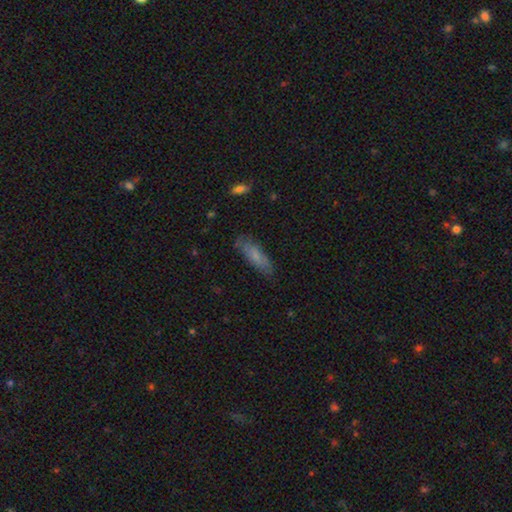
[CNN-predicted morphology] smooth-or-featured: smooth: 74% | featured or disk: 20% | star or artifact: 6%
  how-rounded: in between: 52% | cigar-shaped: 46% | round: 2%
  merging: none: 74% | minor disturbance: 20% | major disturbance: 4% | merger: 2%